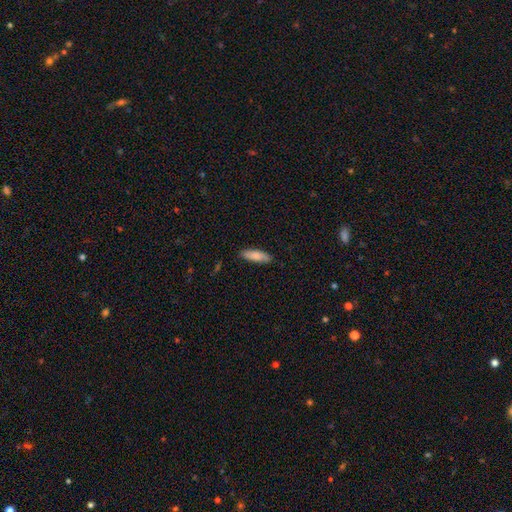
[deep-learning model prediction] Overall: smooth (85%). How rounded: cigar-shaped (50%; in between 49%). Merging: none (86%).